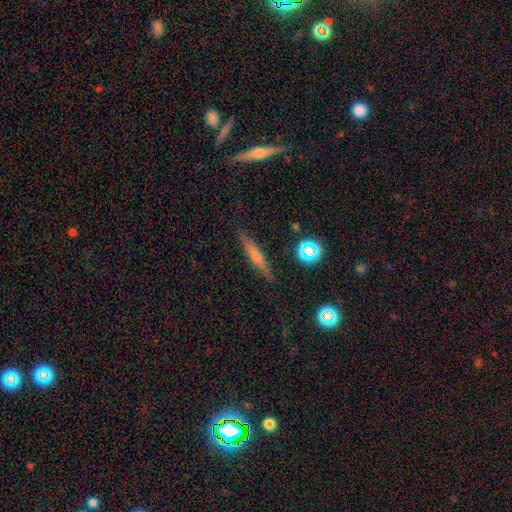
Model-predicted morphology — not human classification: Smooth or featured?
  - featured or disk: 53% *
  - smooth: 36%
  - star or artifact: 10%
Edge-on disk?
  - yes: 95% *
  - no: 5%
Edge-on bulge?
  - rounded: 64% *
  - none: 27%
  - boxy: 9%
Merging?
  - none: 88% *
  - minor disturbance: 9%
  - major disturbance: 2%
  - merger: 1%